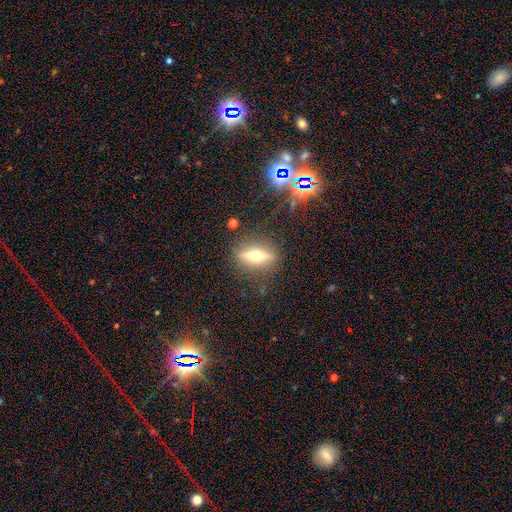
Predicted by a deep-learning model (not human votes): The model was most divided on "smooth or featured": featured or disk: 65%, smooth: 25%, star or artifact: 10%. More confident: edge-on bulge — rounded (94%); edge-on disk — yes (87%); merging — none (84%).